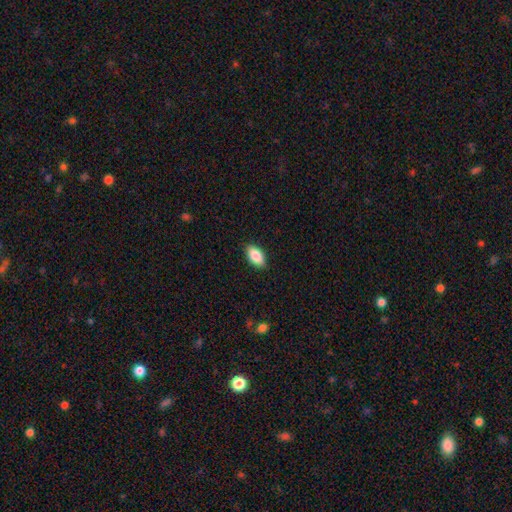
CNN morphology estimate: Smooth or featured? smooth (86%)
How rounded? in between (92%)
Merging? none (88%)